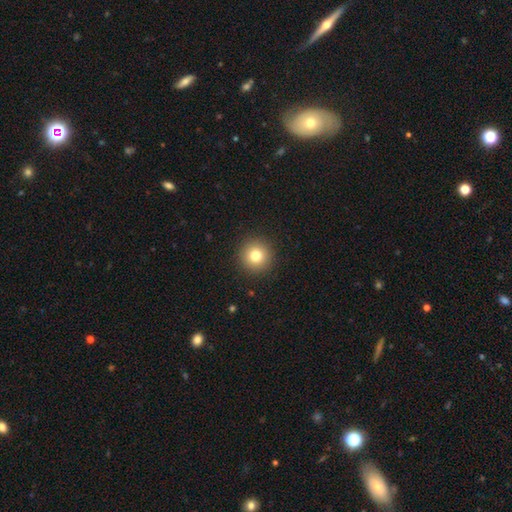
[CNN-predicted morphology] Smooth or featured? Predicted: smooth (p=0.79). How rounded? Predicted: round (p=0.96). Merging? Predicted: none (p=0.92).